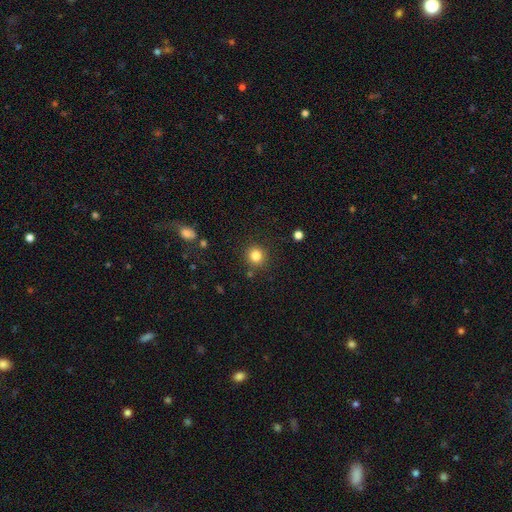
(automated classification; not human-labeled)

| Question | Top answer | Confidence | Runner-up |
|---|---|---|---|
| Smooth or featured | smooth | 83% | star or artifact (12%) |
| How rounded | round | 92% | in between (7%) |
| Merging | none | 88% | minor disturbance (7%) |